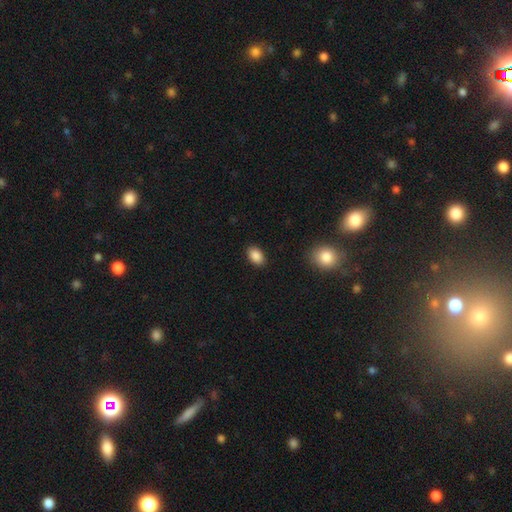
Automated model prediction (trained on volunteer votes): Smooth or featured? smooth (88%)
How rounded? in between (87%)
Merging? none (89%)